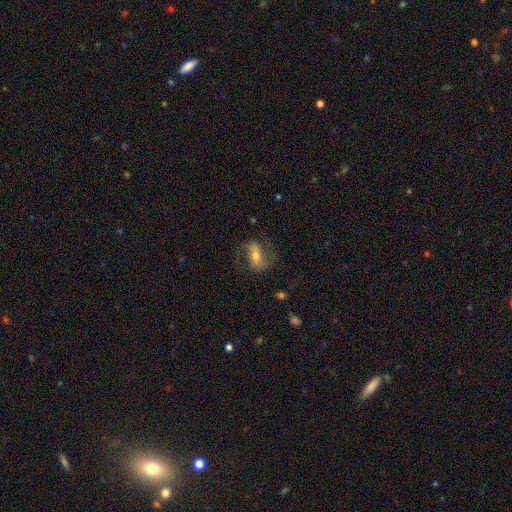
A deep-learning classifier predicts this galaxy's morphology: This appears to be a featured or disk galaxy (76%) with a strong bar (47%), 2 (88%) medium (46%) spiral arms (91%) and a moderate central bulge (58%). Merging: none (71%).